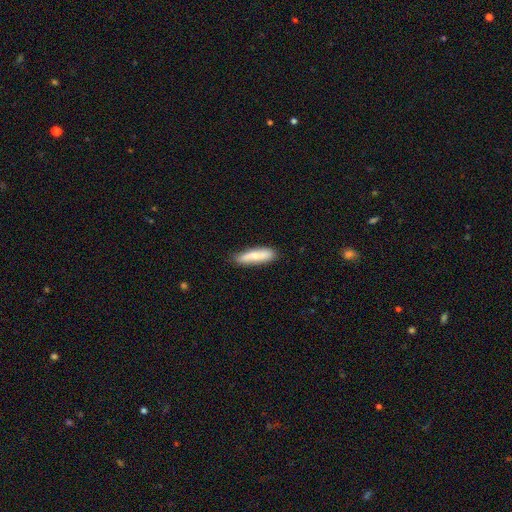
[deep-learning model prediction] The model was most divided on "how rounded": cigar-shaped: 70%, in between: 28%, round: 2%. More confident: merging — none (82%); smooth or featured — smooth (69%).